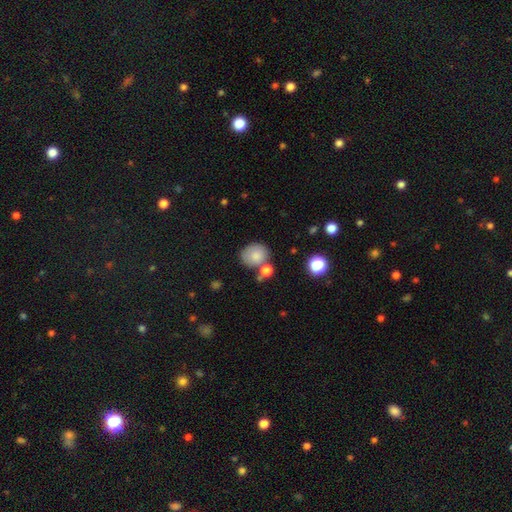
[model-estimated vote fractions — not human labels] Morphology: type=smooth (82%); roundness=round (71%); merging=none (65%).